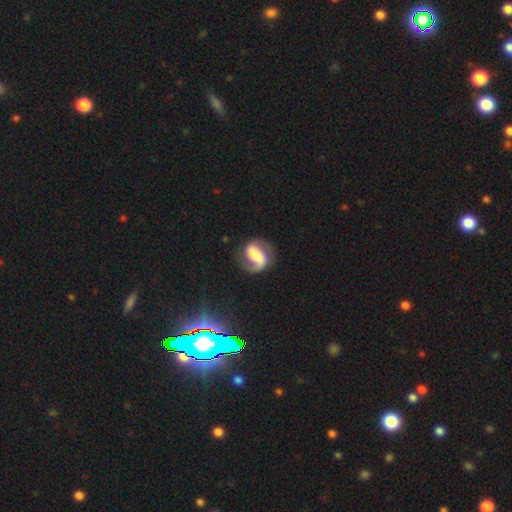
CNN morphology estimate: Smooth or featured? Predicted: featured or disk (p=0.75). Edge-on disk? Predicted: no (p=0.97). Bar? Predicted: strong (p=0.37). Spiral arms? Predicted: yes (p=0.94). Spiral winding? Predicted: medium (p=0.43). Spiral arm count? Predicted: 2 (p=0.64). Bulge size? Predicted: moderate (p=0.28). Merging? Predicted: none (p=0.64).